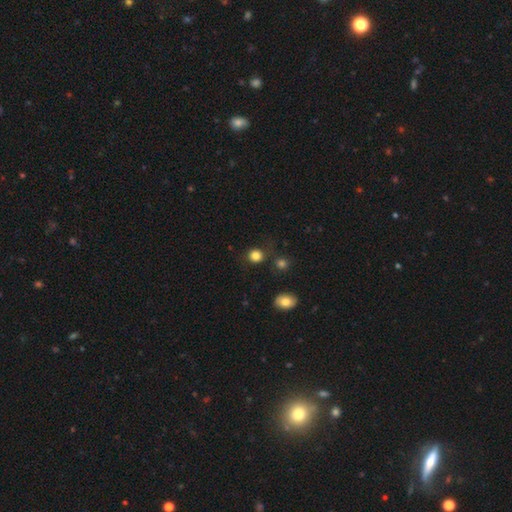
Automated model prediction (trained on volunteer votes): A smooth galaxy with no disk features (83%) that is round (87%). Merging: none (81%).